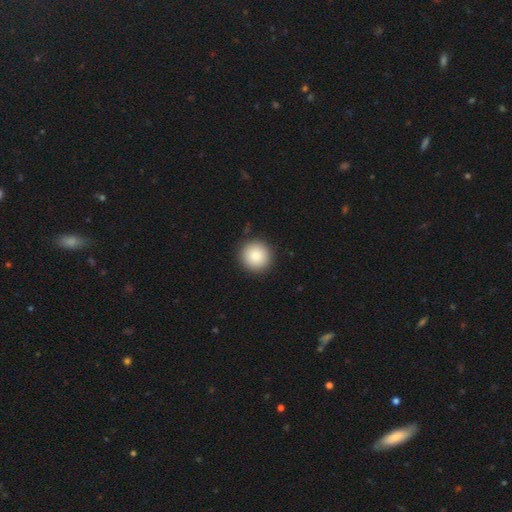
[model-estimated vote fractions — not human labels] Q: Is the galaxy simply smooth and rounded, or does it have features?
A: smooth — 88%.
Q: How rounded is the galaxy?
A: round — 94%.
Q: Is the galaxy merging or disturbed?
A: none — 92%.